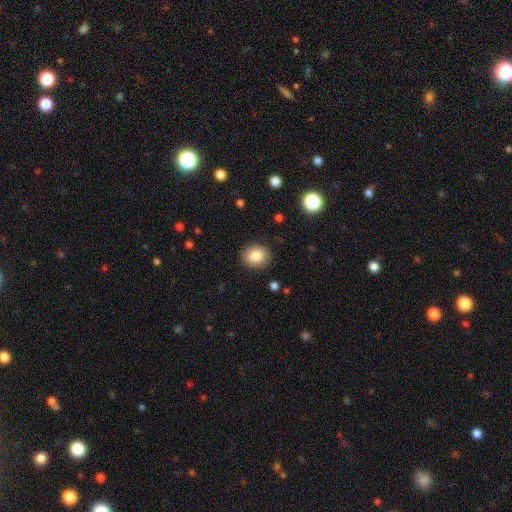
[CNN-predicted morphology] type=smooth (84%); roundness=round (65%); merging=none (88%).